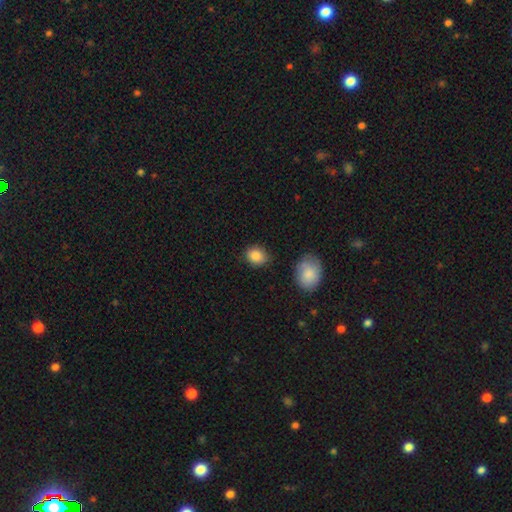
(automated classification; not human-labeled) Smooth or featured? smooth (86%)
How rounded? round (54%)
Merging? none (81%)